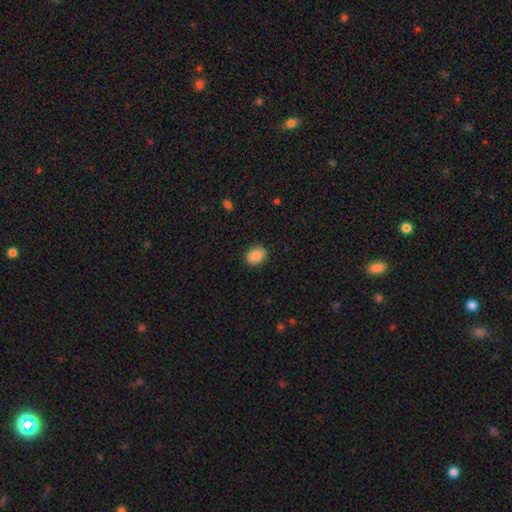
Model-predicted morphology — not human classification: A smooth galaxy with no disk features (86%) that is in between round and cigar-shaped (73%).

Vote fractions:
- Smooth or featured? smooth: 86% / star or artifact: 7% / featured or disk: 7%
- How rounded? in between: 73% / round: 26% / cigar-shaped: 1%
- Merging? none: 87% / minor disturbance: 10% / major disturbance: 2% / merger: 1%